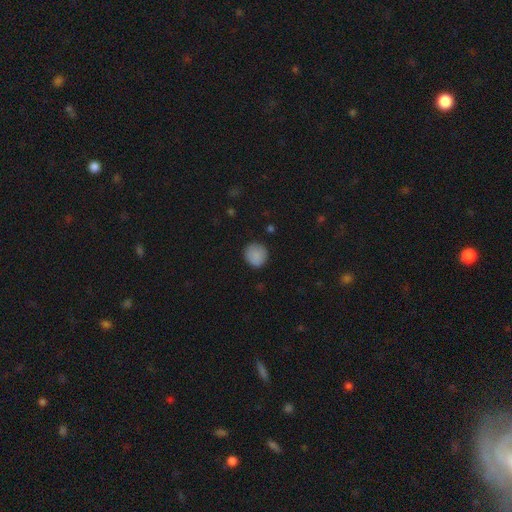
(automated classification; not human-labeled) A smooth galaxy with no disk features (87%) that is round (92%). Merging: none (86%).